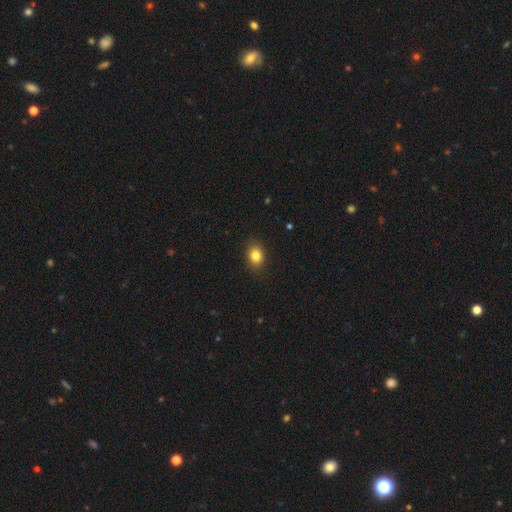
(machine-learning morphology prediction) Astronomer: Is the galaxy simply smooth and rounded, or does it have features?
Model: smooth — 83%.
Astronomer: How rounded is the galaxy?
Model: in between — 58% (runner-up: round, 40%).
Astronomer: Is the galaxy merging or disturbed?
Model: none — 88%.